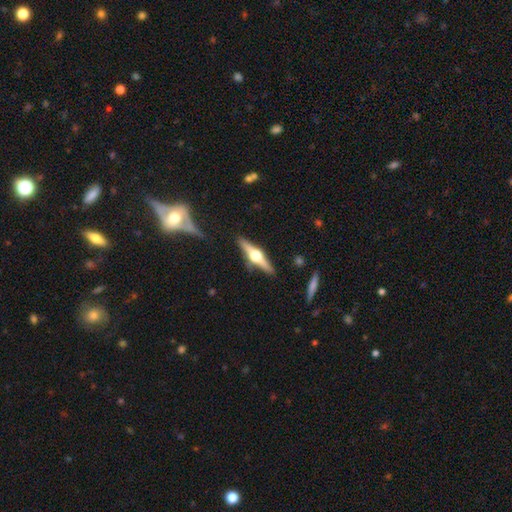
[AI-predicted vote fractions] A featured or disk galaxy (77%) viewed edge-on (98%) with a rounded central bulge (96%).

Vote fractions:
- Smooth or featured? featured or disk: 77% / smooth: 17% / star or artifact: 6%
- Edge-on disk? yes: 98% / no: 2%
- Edge-on bulge? rounded: 96% / boxy: 3% / none: 1%
- Merging? none: 88% / minor disturbance: 8% / merger: 2% / major disturbance: 2%